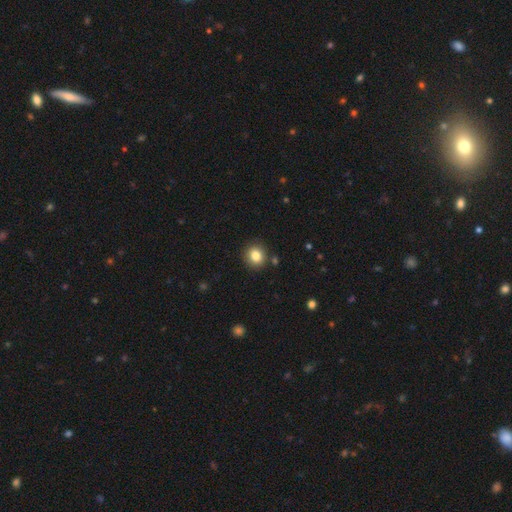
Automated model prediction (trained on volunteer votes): This appears to be a smooth galaxy with no disk features (84%) that is round (86%). Merging: none (88%).